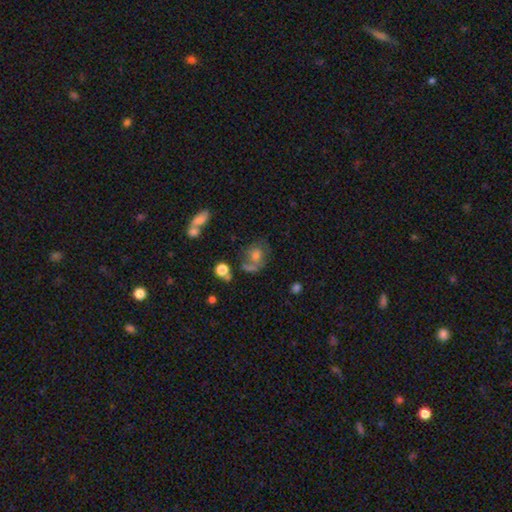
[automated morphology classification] This is possibly a smooth galaxy (57%). How rounded: possibly round (56%). Merging: marginally none (41%).